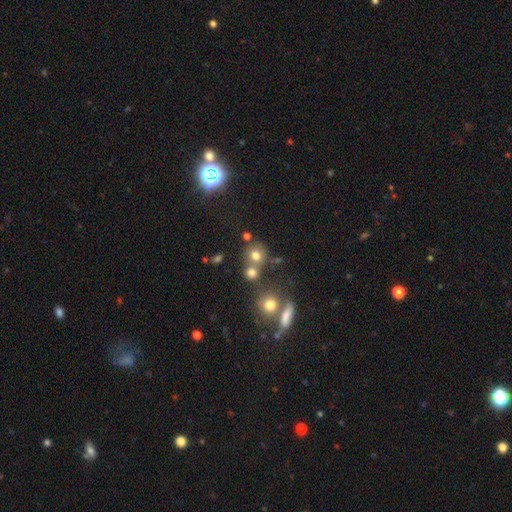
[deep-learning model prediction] Smooth or featured? Predicted: smooth (p=0.72). How rounded? Predicted: round (p=0.83). Merging? Predicted: none (p=0.56).